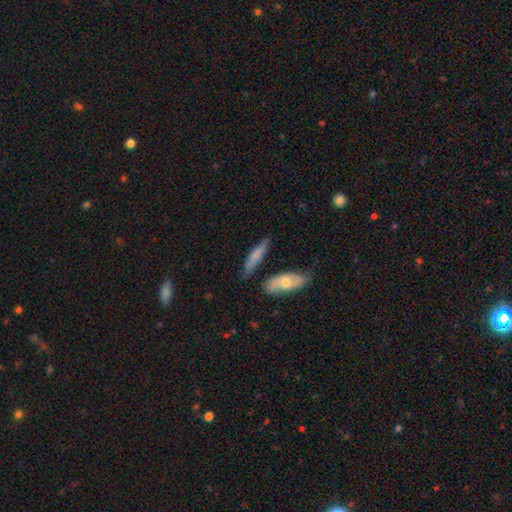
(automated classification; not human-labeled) Q: Smooth or featured?
A: smooth (68%); runner-up: featured or disk (25%)
Q: How rounded?
A: cigar-shaped (69%); runner-up: in between (28%)
Q: Merging?
A: none (71%); runner-up: minor disturbance (18%)